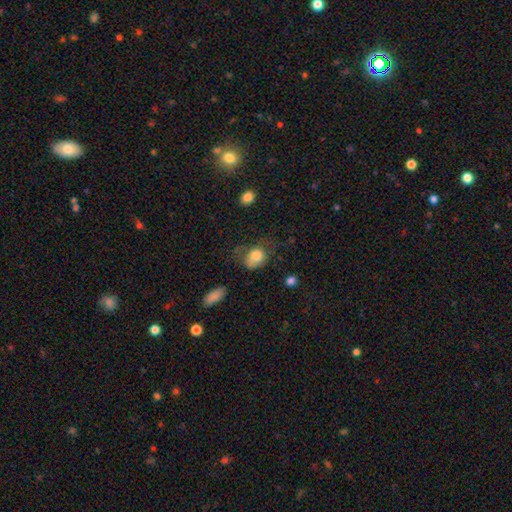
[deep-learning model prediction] This appears to be a smooth galaxy with no disk features (77%) that is round (52%). Merging: major disturbance (34%).